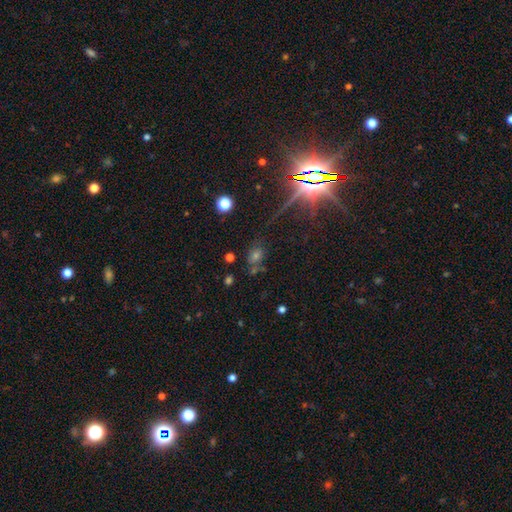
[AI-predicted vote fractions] This is possibly a star or artifact rather than a galaxy (48%).